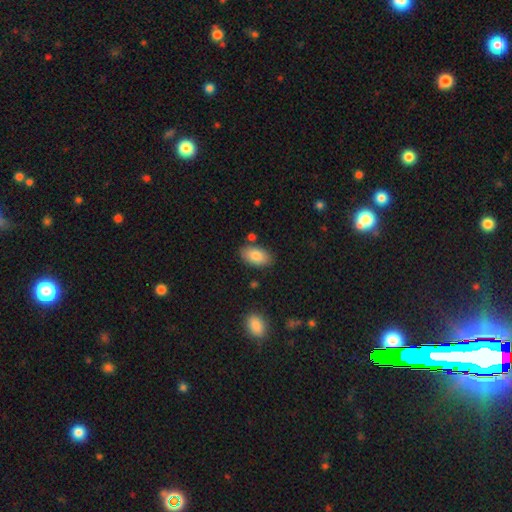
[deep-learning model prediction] This is clearly a smooth galaxy (85%). How rounded: clearly in between (94%). Merging: clearly none (80%).